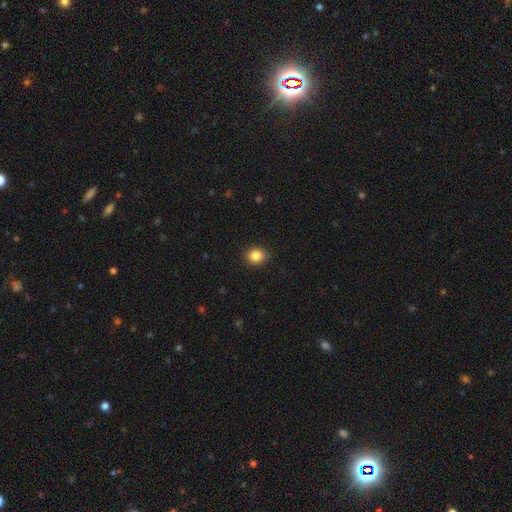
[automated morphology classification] The model was most divided on "how rounded": round: 71%, in between: 29%, cigar-shaped: 1%. More confident: merging — none (89%); smooth or featured — smooth (86%).